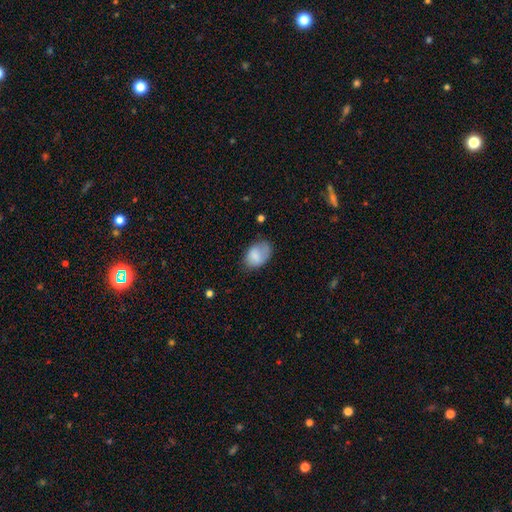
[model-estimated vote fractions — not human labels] Smooth or featured: smooth — 80% (featured or disk — 12%)
How rounded: in between — 83% (round — 15%)
Merging: none — 56% (minor disturbance — 31%)